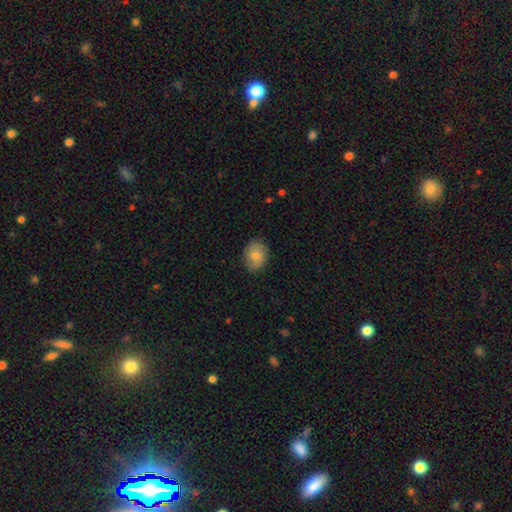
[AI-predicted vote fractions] Smooth or featured? smooth (82%)
How rounded? in between (62%)
Merging? none (84%)